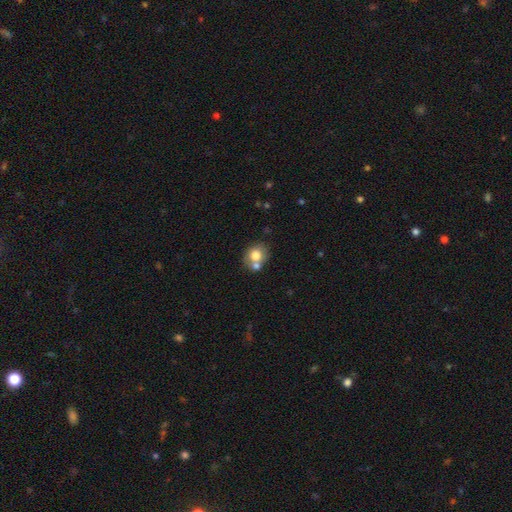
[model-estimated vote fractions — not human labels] Smooth or featured? Predicted: smooth (p=0.75). How rounded? Predicted: round (p=0.70). Merging? Predicted: none (p=0.55).